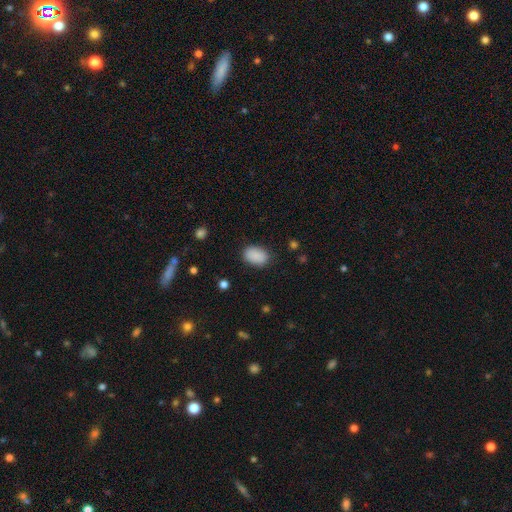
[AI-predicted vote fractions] Q: Smooth or featured?
A: smooth (89%); runner-up: star or artifact (7%)
Q: How rounded?
A: in between (87%); runner-up: round (12%)
Q: Merging?
A: none (84%); runner-up: minor disturbance (12%)